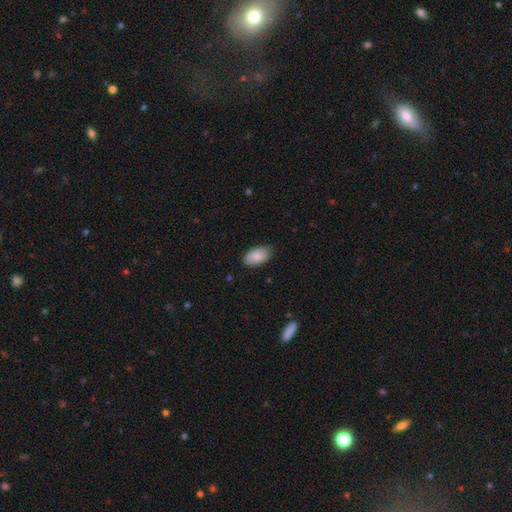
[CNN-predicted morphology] A smooth galaxy with no disk features (80%) that is in between round and cigar-shaped (95%).

Vote fractions:
- Smooth or featured? smooth: 80% / featured or disk: 12% / star or artifact: 7%
- How rounded? in between: 95% / round: 3% / cigar-shaped: 2%
- Merging? none: 85% / minor disturbance: 12% / major disturbance: 2% / merger: 1%